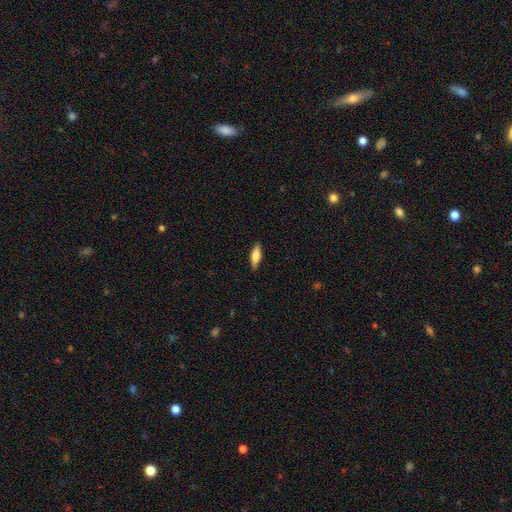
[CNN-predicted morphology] type=smooth (64%); roundness=cigar-shaped (50%); merging=none (87%).